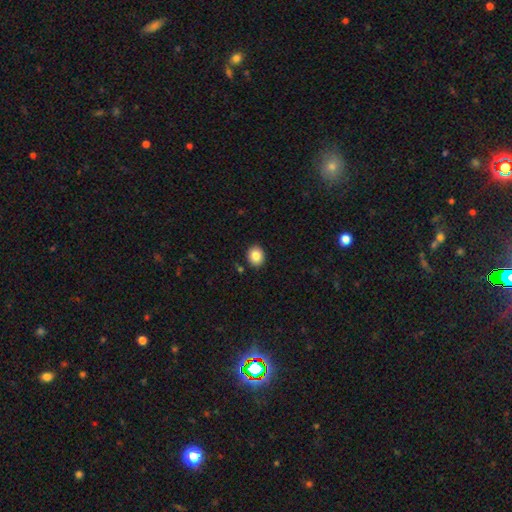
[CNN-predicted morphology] smooth_or_featured: smooth (p=0.85) [alt: star or artifact p=0.09]
how_rounded: round (p=0.66) [alt: in between p=0.33]
merging: none (p=0.89) [alt: minor disturbance p=0.07]